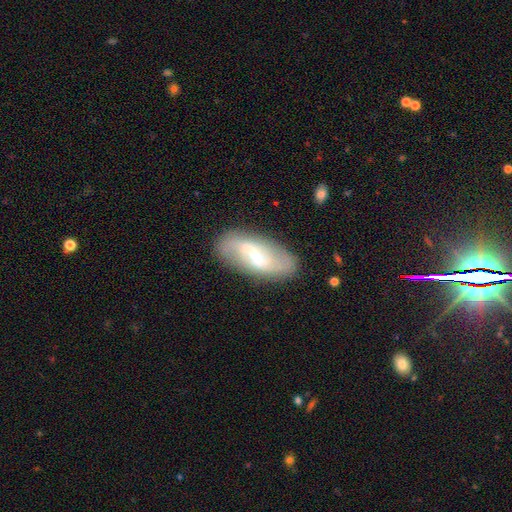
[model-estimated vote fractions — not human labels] A featured or disk galaxy (63%) with a strong bar (55%), spiral arms (62%) and a small central bulge (45%).

Vote fractions:
- Smooth or featured? featured or disk: 63% / smooth: 30% / star or artifact: 7%
- Edge-on disk? no: 90% / yes: 10%
- Bar? strong: 55% / weak: 37% / no: 9%
- Spiral arms? yes: 62% / no: 38%
- Bulge size? small: 45% / moderate: 36% / none: 11% / large: 6% / dominant: 2%
- Merging? none: 79% / minor disturbance: 14% / major disturbance: 5% / merger: 2%